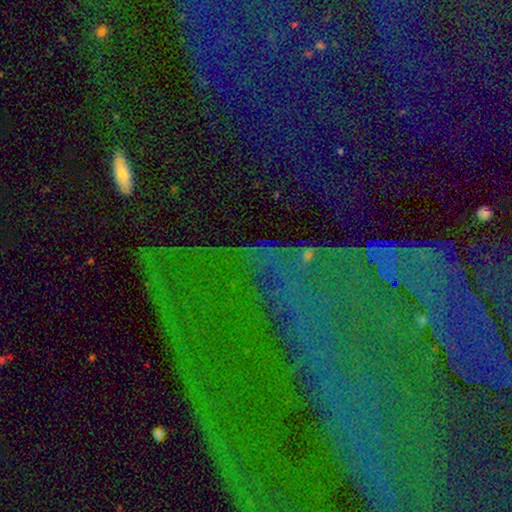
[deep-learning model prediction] star or artifact 80%, featured or disk 11%, smooth 10%.